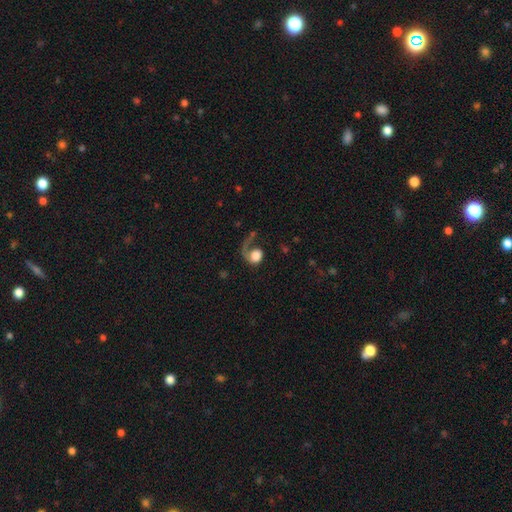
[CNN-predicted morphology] smooth-or-featured: smooth: 47% | featured or disk: 44% | star or artifact: 9%
  merging: major disturbance: 50% | none: 30% | minor disturbance: 14% | merger: 7%